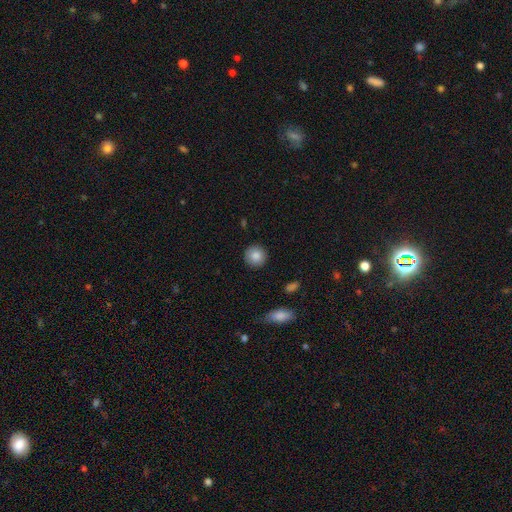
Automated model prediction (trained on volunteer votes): This is clearly a smooth galaxy (86%). How rounded: clearly round (93%). Merging: clearly none (91%).